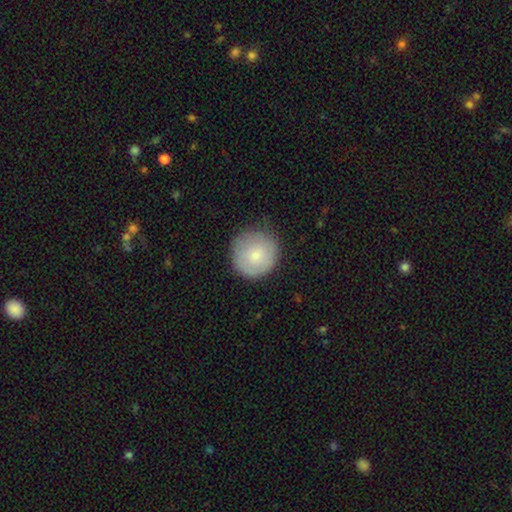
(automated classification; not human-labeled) This appears to be a smooth galaxy with no disk features (78%) that is round (94%). Merging: none (77%).